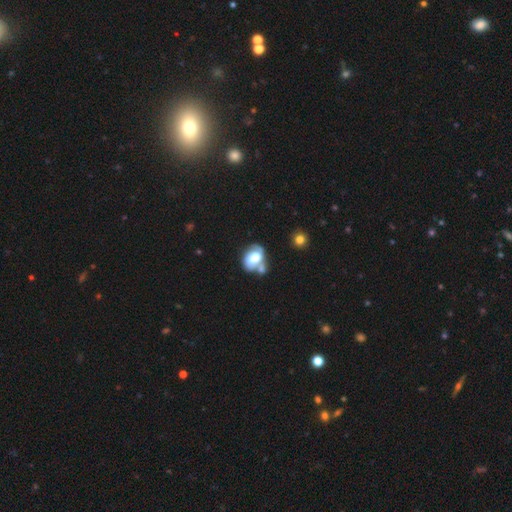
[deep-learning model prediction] Morphology: type=smooth (51%); roundness=in between (74%); merging=none (34%, tied with merger).